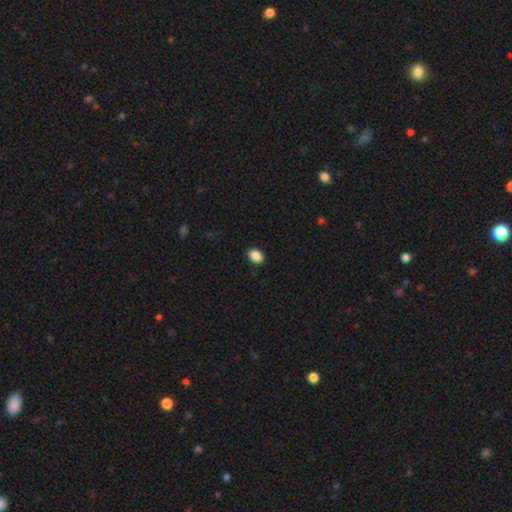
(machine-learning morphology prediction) smooth_or_featured: smooth (p=0.88) [alt: star or artifact p=0.08]
how_rounded: in between (p=0.77) [alt: round p=0.22]
merging: none (p=0.89) [alt: minor disturbance p=0.08]